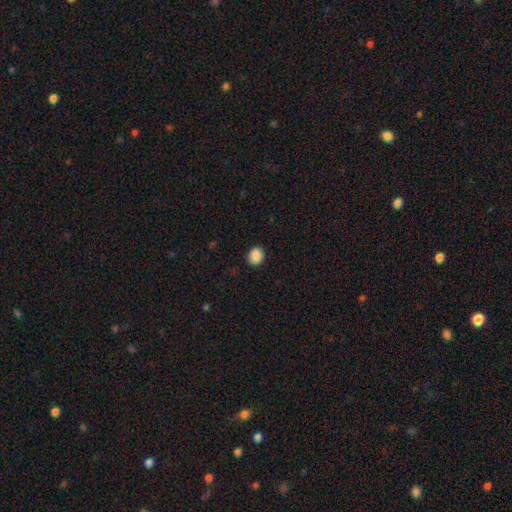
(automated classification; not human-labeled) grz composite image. It shows a smooth galaxy with no disk features (89%) that is round (74%). Merging: none (91%).